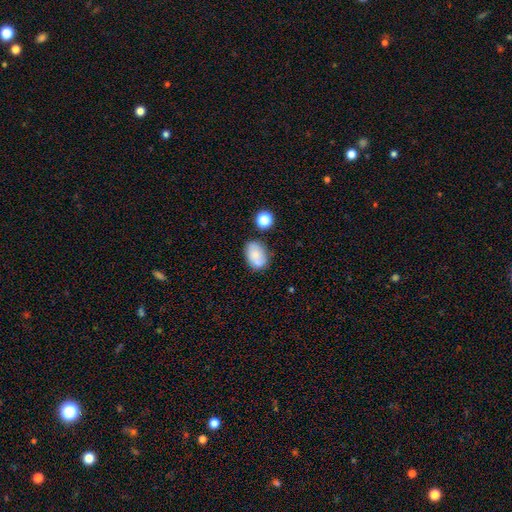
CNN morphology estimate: smooth 70%, featured or disk 20%, star or artifact 9%. Down the decision tree: how rounded — in between (80%); merging — none (61%).